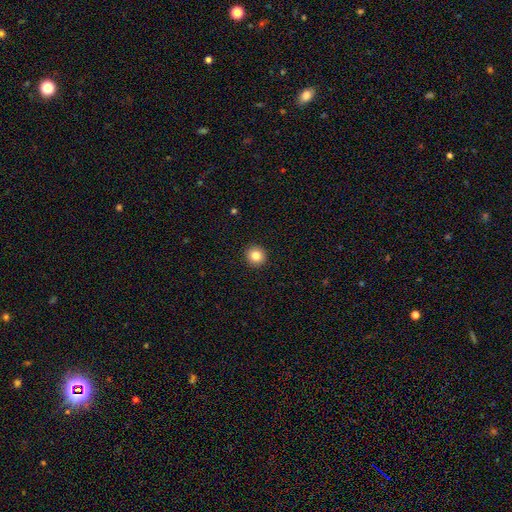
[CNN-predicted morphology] type=smooth (84%); roundness=round (92%); merging=none (93%).